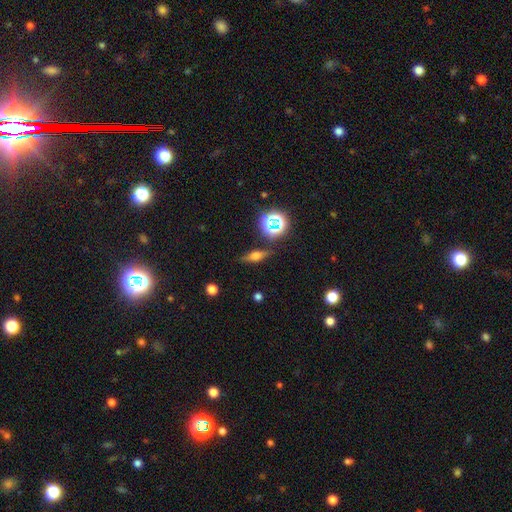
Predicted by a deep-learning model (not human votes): This appears to be a featured or disk galaxy (47%). Merging: none (83%).